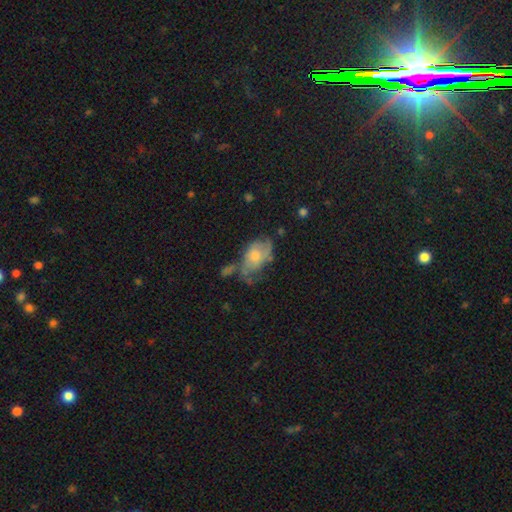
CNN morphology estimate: This is possibly a featured or disk galaxy (46%). Merging: marginally none (35%).